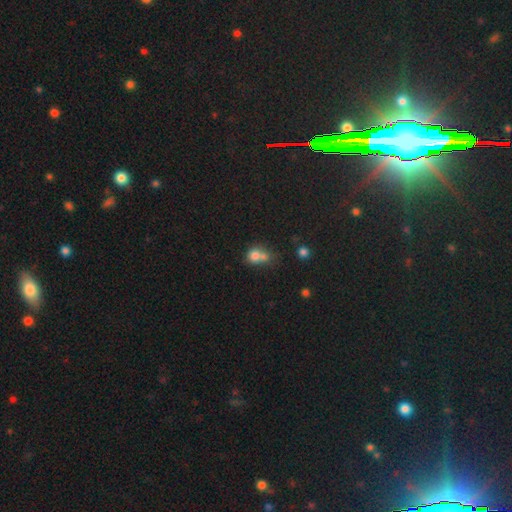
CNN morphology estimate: Smooth or featured? smooth (75%)
How rounded? round (72%)
Merging? merger (56%)